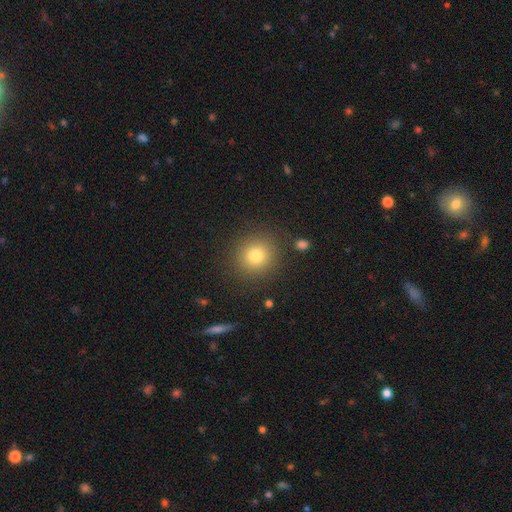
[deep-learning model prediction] Smooth or featured: smooth — 78% (star or artifact — 13%)
How rounded: round — 90% (in between — 9%)
Merging: none — 87% (minor disturbance — 7%)